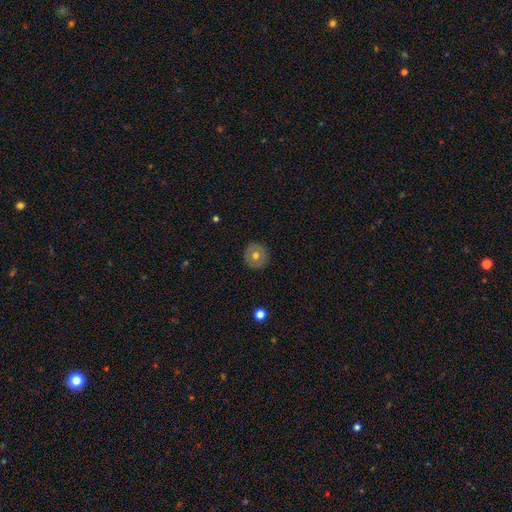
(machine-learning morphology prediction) A smooth galaxy with no disk features (63%) that is round (94%). Merging: none (90%).